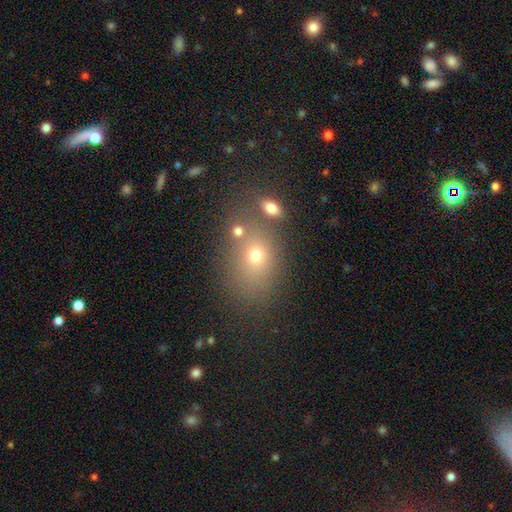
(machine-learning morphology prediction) Smooth or featured: smooth — 66% (star or artifact — 18%)
How rounded: in between — 65% (round — 34%)
Merging: none — 60% (merger — 19%)